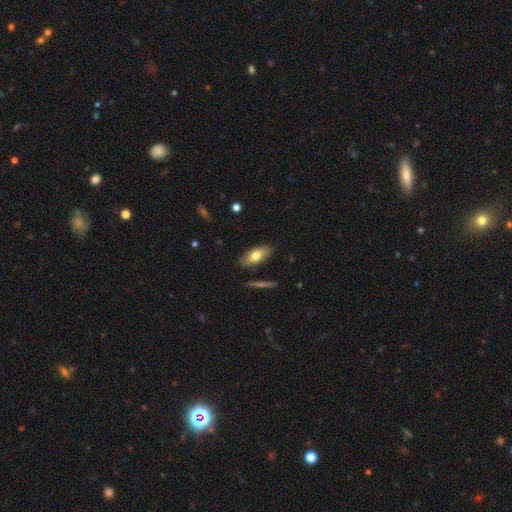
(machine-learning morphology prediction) This is likely a smooth galaxy (73%). How rounded: clearly in between (84%). Merging: clearly none (84%).